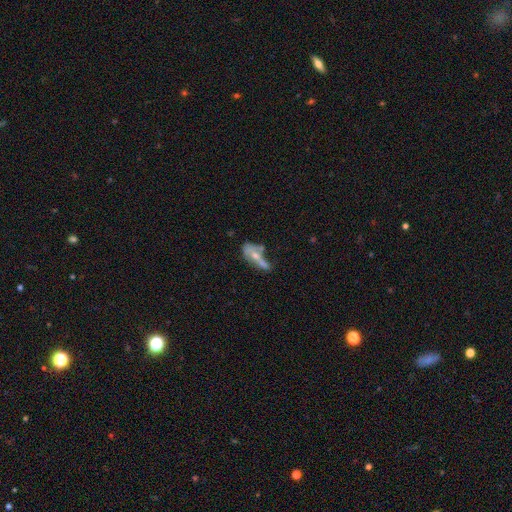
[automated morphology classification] smooth-or-featured: featured or disk: 53% | smooth: 37% | star or artifact: 10%
  disk-edge-on: no: 82% | yes: 18%
  merging: merger: 30% | major disturbance: 27% | none: 23% | minor disturbance: 20%